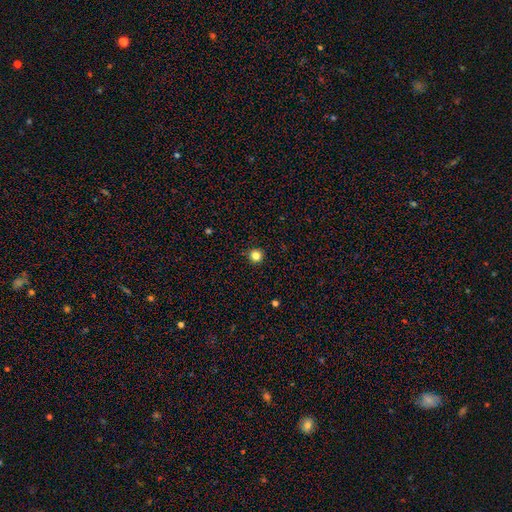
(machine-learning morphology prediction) A smooth galaxy with no disk features (83%) that is round (96%). Merging: none (93%).